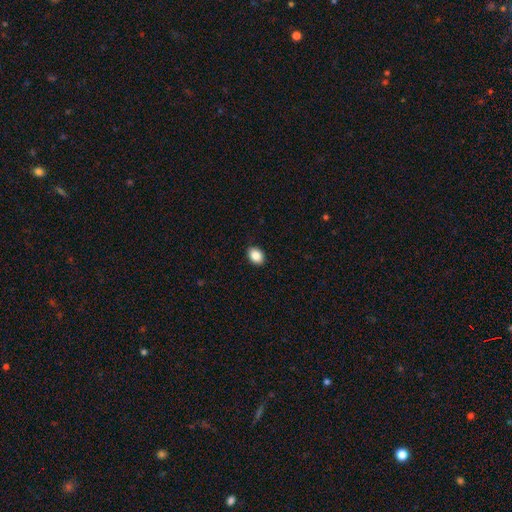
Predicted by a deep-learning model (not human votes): This is clearly a smooth galaxy (88%). How rounded: likely in between (72%). Merging: clearly none (89%).